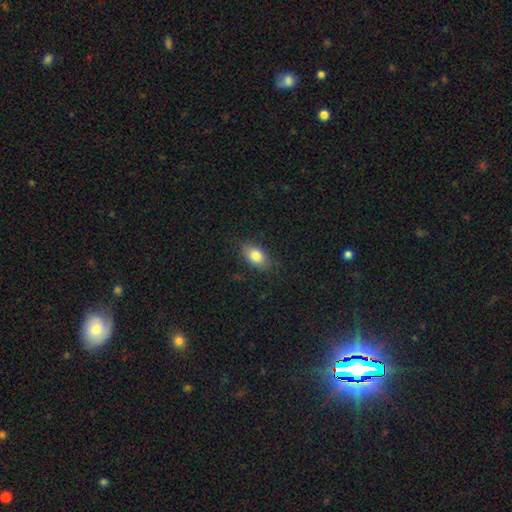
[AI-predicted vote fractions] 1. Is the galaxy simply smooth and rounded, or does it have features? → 82% smooth, 11% featured or disk, 8% star or artifact.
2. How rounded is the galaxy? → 88% in between, 9% round, 3% cigar-shaped.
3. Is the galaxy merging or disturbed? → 82% none, 13% minor disturbance, 3% major disturbance, 1% merger.